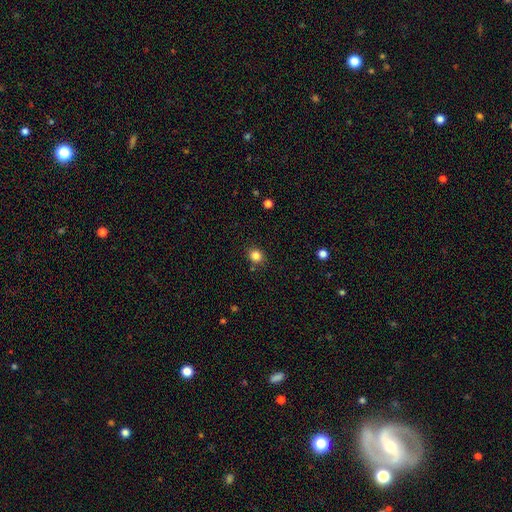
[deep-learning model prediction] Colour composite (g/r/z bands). It shows a smooth galaxy with no disk features (84%) that is round (81%). Merging: none (86%).